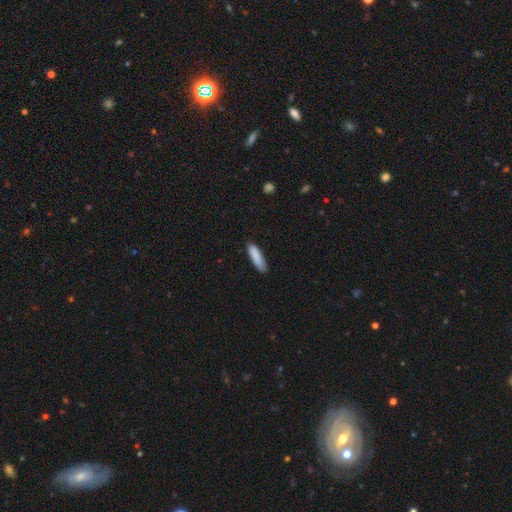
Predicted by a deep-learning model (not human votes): Smooth or featured? smooth (88%)
How rounded? cigar-shaped (70%)
Merging? none (83%)